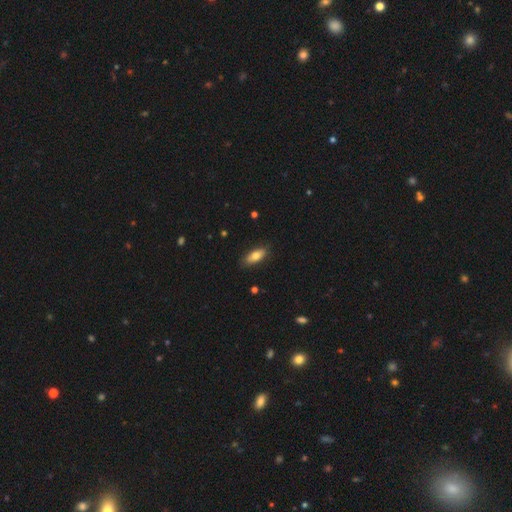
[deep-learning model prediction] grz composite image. It shows a smooth galaxy with no disk features (74%) that is in between round and cigar-shaped (82%). Merging: none (84%).